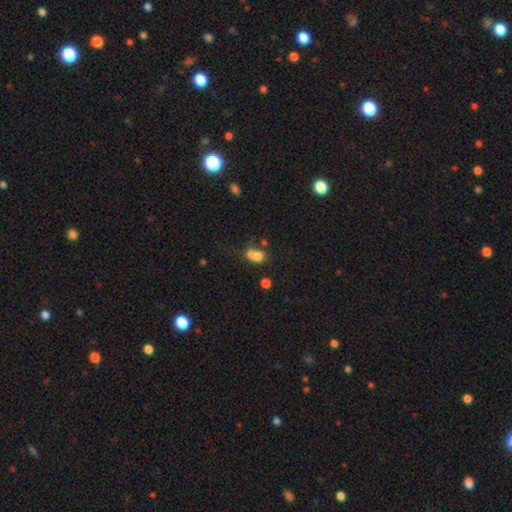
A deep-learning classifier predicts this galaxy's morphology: This is likely a smooth galaxy (72%). How rounded: possibly round (55%). Merging: likely merger (60%).